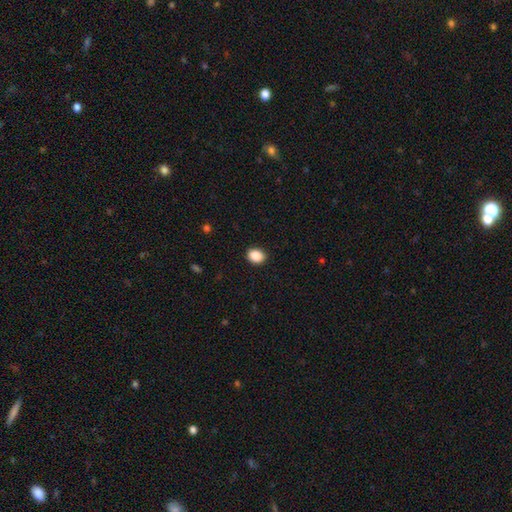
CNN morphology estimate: A smooth galaxy with no disk features (89%) that is in between round and cigar-shaped (55%). Merging: none (91%).